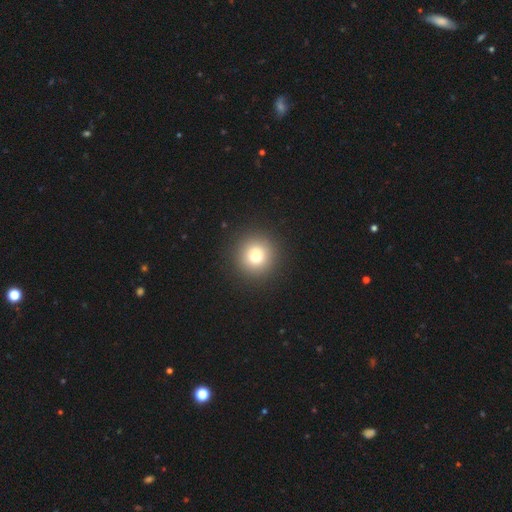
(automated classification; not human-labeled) Smooth or featured: smooth — 76% (star or artifact — 14%)
How rounded: round — 95% (in between — 4%)
Merging: none — 92% (minor disturbance — 5%)